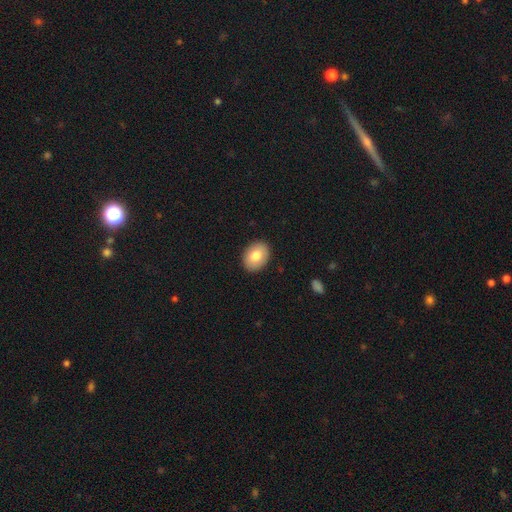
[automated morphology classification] This is likely a smooth galaxy (78%). How rounded: likely in between (67%). Merging: clearly none (90%).